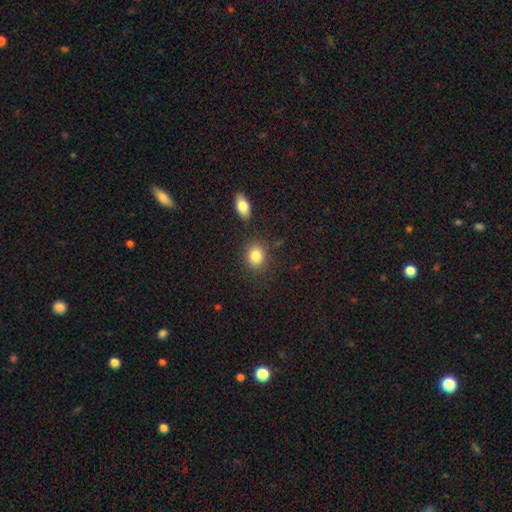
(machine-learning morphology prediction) smooth-or-featured: smooth: 85% | star or artifact: 9% | featured or disk: 6%
  how-rounded: round: 59% | in between: 39% | cigar-shaped: 1%
  merging: none: 78% | minor disturbance: 12% | merger: 7% | major disturbance: 4%